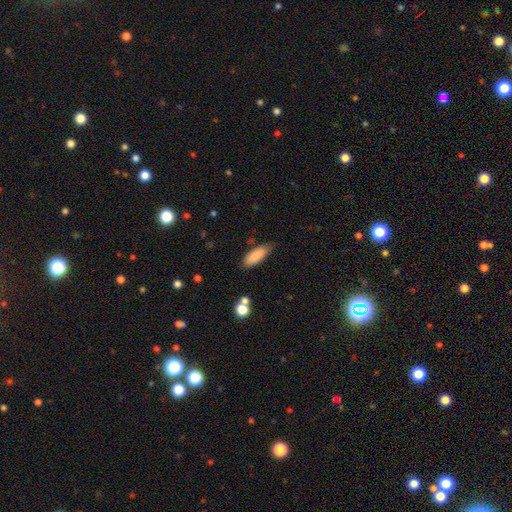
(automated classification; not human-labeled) Smooth or featured: smooth — 86% (featured or disk — 7%)
How rounded: in between — 67% (cigar-shaped — 31%)
Merging: none — 69% (minor disturbance — 23%)